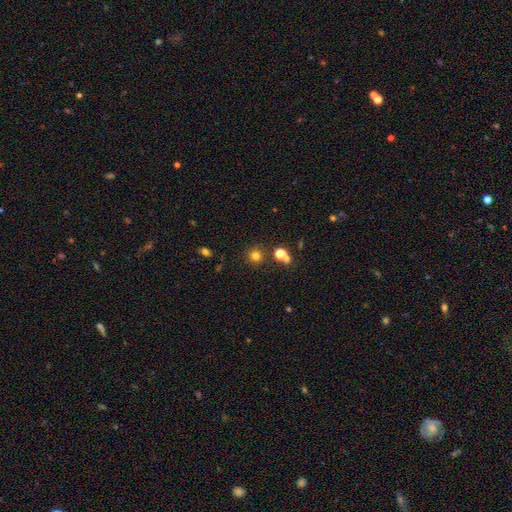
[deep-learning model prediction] Smooth or featured: smooth — 75% (star or artifact — 18%)
How rounded: round — 92% (in between — 7%)
Merging: none — 81% (minor disturbance — 8%)